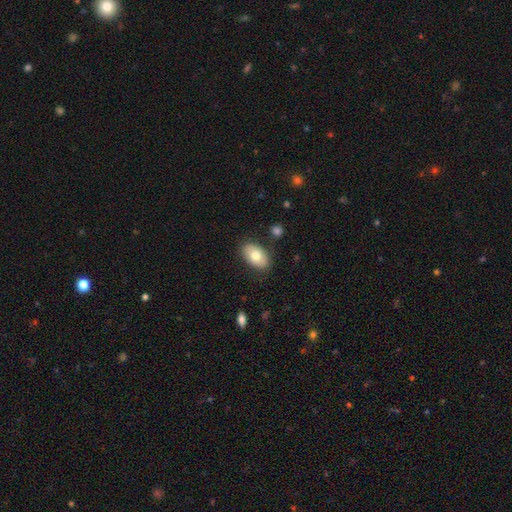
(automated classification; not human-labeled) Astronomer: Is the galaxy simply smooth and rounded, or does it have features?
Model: smooth — 76%.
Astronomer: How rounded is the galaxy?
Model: in between — 93%.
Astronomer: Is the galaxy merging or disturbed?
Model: none — 84%.